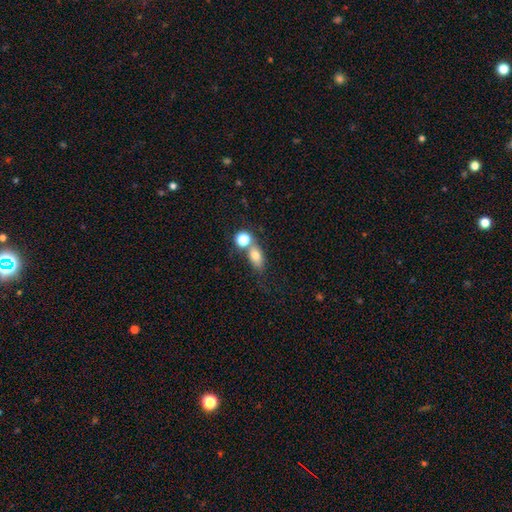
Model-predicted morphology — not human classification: Smooth or featured? smooth (75%)
How rounded? in between (70%)
Merging? none (51%)